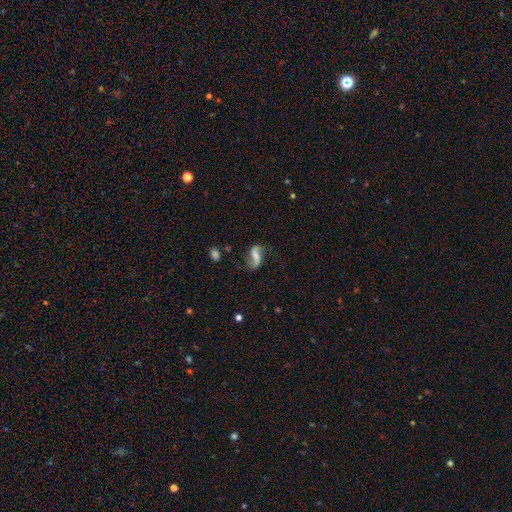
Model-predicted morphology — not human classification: A featured or disk galaxy (81%) with a weak bar (41%), 2 (92%) loose (79%) spiral arms (95%) and a small central bulge (33%). Merging: none (73%).